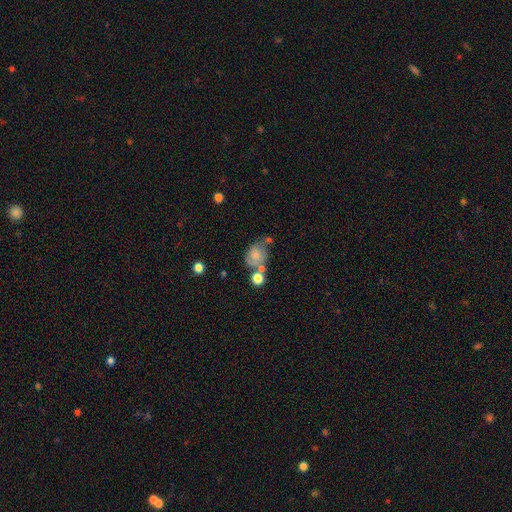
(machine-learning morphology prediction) Smooth or featured? smooth (60%)
How rounded? round (53%)
Merging? none (45%)